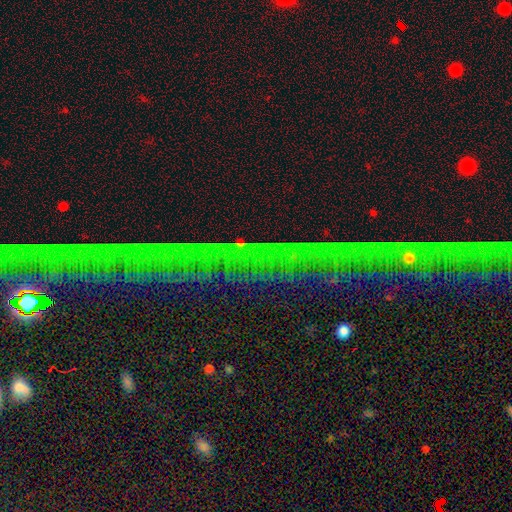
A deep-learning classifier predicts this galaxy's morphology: Q: Smooth or featured?
A: star or artifact (82%); runner-up: featured or disk (10%)